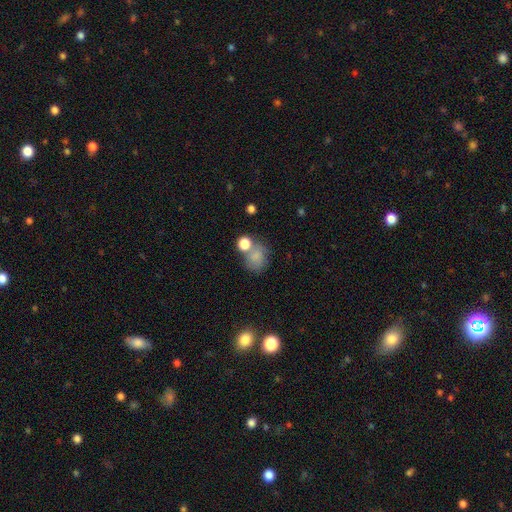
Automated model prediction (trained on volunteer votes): Smooth or featured? Predicted: smooth (p=0.75). How rounded? Predicted: round (p=0.64). Merging? Predicted: none (p=0.45).